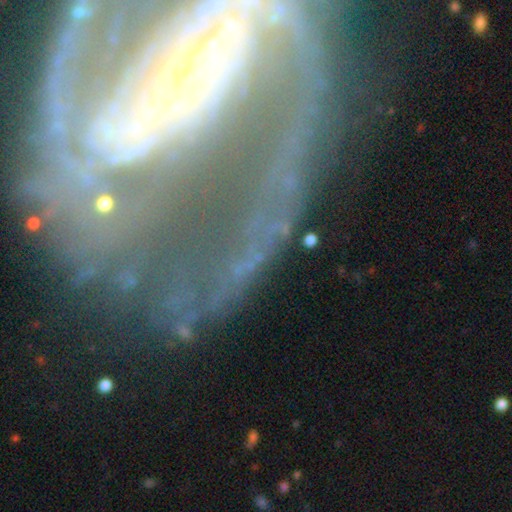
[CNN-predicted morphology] smooth_or_featured: featured or disk (p=0.72) [alt: star or artifact p=0.16]
disk_edge_on: no (p=0.83) [alt: yes p=0.17]
bar: strong (p=0.37) [alt: no p=0.36]
has_spiral_arms: yes (p=0.80) [alt: no p=0.20]
bulge_size: small (p=0.52) [alt: moderate p=0.34]
merging: none (p=0.58) [alt: major disturbance p=0.21]